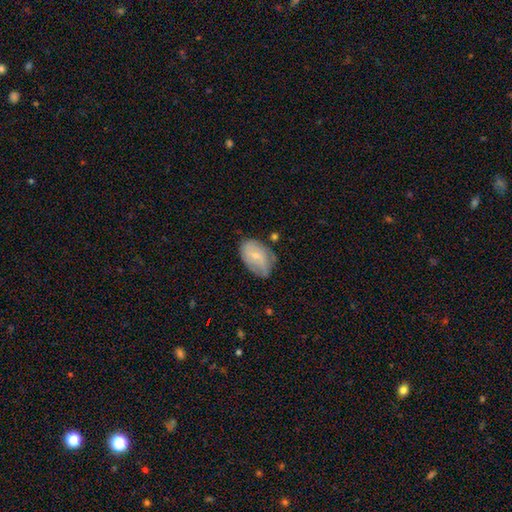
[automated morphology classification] This is possibly a smooth galaxy (53%). How rounded: clearly in between (88%). Merging: possibly none (51%).